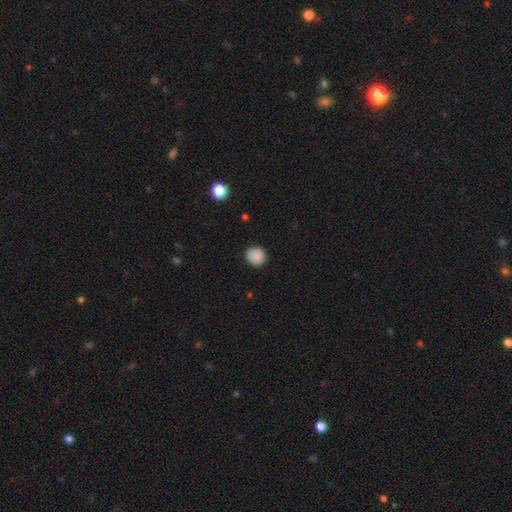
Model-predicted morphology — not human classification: Q: Smooth or featured?
A: smooth (88%); runner-up: star or artifact (9%)
Q: How rounded?
A: round (88%); runner-up: in between (11%)
Q: Merging?
A: none (87%); runner-up: minor disturbance (10%)